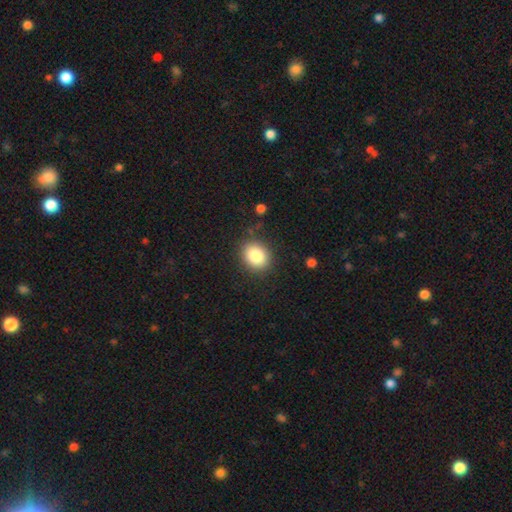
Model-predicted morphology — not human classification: Q: Smooth or featured?
A: smooth (84%); runner-up: star or artifact (9%)
Q: How rounded?
A: round (60%); runner-up: in between (39%)
Q: Merging?
A: none (86%); runner-up: minor disturbance (9%)